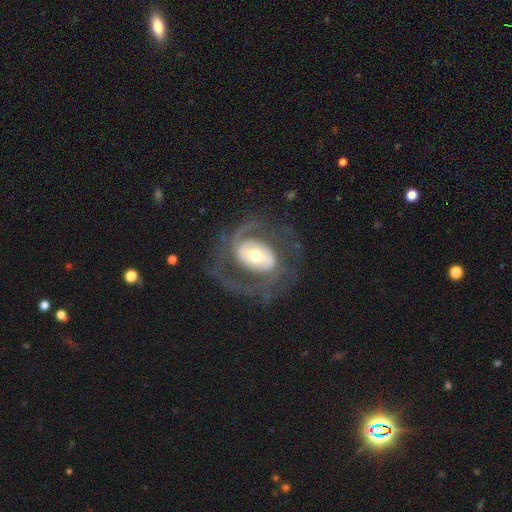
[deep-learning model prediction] A featured or disk galaxy (86%) with a weak bar (38%), 2 (80%) medium (51%) spiral arms (92%) and a moderate central bulge (58%).

Vote fractions:
- Smooth or featured? featured or disk: 86% / smooth: 9% / star or artifact: 5%
- Edge-on disk? no: 97% / yes: 3%
- Bar? weak: 38% / strong: 36% / no: 26%
- Spiral arms? yes: 92% / no: 8%
- Spiral winding? medium: 51% / tight: 31% / loose: 19%
- Spiral arm count? 2: 80% / can't tell: 8% / 3: 5% / 1: 4% / 4: 2% / more than 4: 2%
- Bulge size? moderate: 58% / small: 25% / large: 14% / dominant: 2% / none: 1%
- Merging? none: 67% / major disturbance: 17% / minor disturbance: 14% / merger: 1%